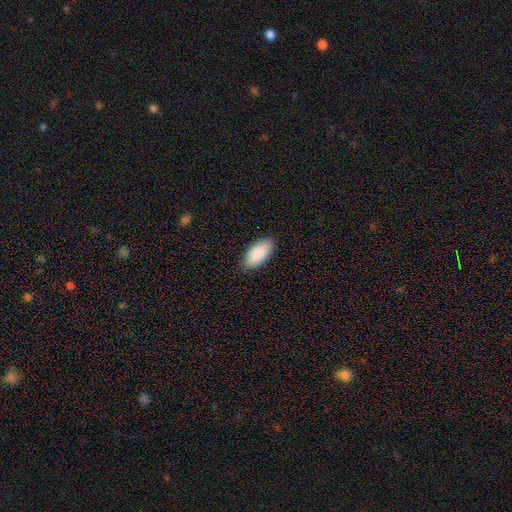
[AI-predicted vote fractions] Smooth or featured? smooth (90%)
How rounded? in between (92%)
Merging? none (87%)